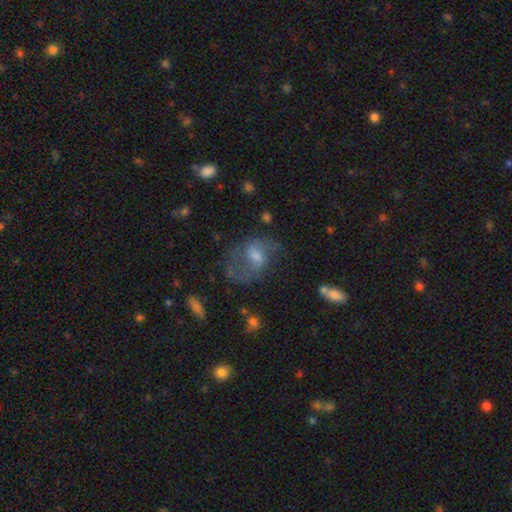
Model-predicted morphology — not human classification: Smooth or featured? featured or disk (69%)
Edge-on disk? no (97%)
Bar? weak (55%)
Spiral arms? yes (85%)
Spiral winding? loose (50%)
Spiral arm count? 2 (81%)
Bulge size? moderate (41%)
Merging? none (53%)